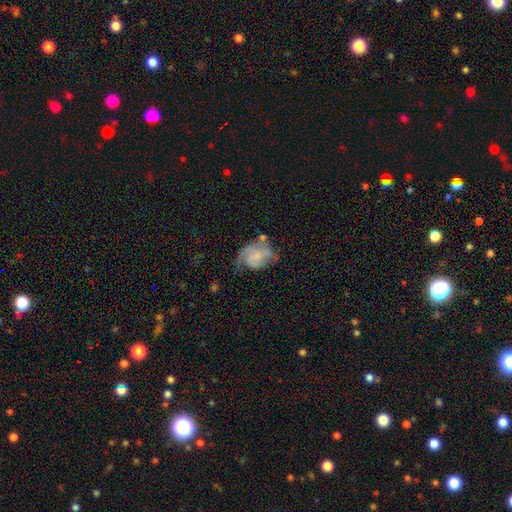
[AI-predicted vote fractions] smooth-or-featured: featured or disk: 67% | smooth: 25% | star or artifact: 8%
  disk-edge-on: no: 98% | yes: 2%
    bar: no: 64% | weak: 30% | strong: 6%
    has-spiral-arms: yes: 87% | no: 13%
      spiral-winding: medium: 42% | tight: 34% | loose: 24%
      spiral-arm-count: 2: 39% | can't tell: 22% | 1: 19% | 3: 14% | 4: 3% | more than 4: 3%
    bulge-size: none: 46% | small: 33% | moderate: 16% | large: 4% | dominant: 2%
  merging: none: 42% | minor disturbance: 27% | major disturbance: 26% | merger: 5%